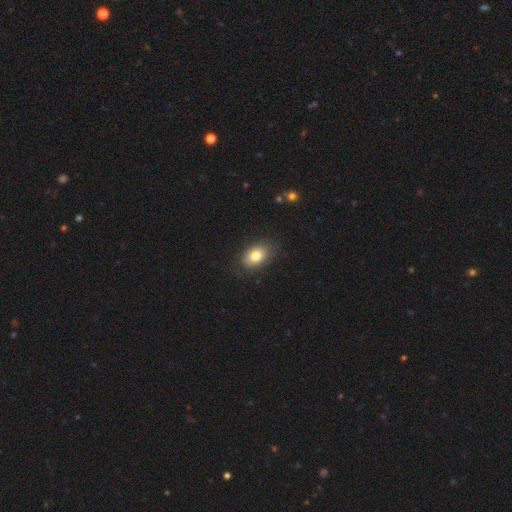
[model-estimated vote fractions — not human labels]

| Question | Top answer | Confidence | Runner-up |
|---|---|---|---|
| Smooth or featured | smooth | 80% | featured or disk (12%) |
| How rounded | in between | 84% | round (15%) |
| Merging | none | 84% | minor disturbance (12%) |